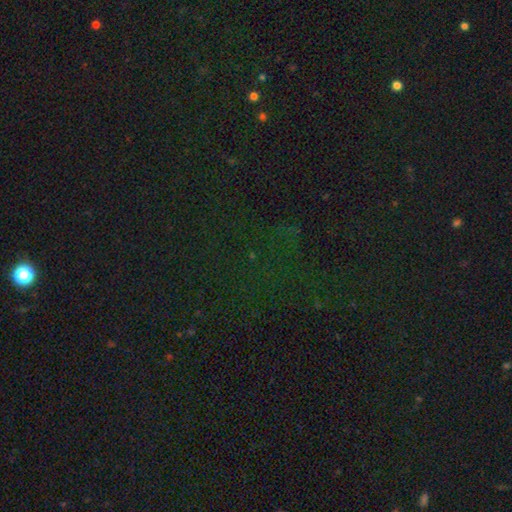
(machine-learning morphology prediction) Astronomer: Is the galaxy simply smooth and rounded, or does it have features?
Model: star or artifact — 80%.